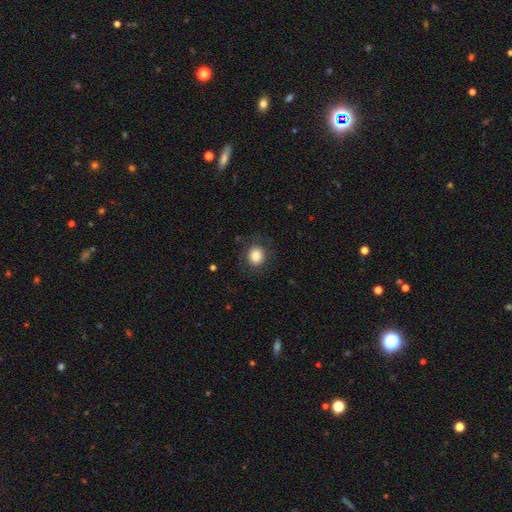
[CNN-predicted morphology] Smooth or featured: smooth — 84% (star or artifact — 9%)
How rounded: round — 81% (in between — 18%)
Merging: none — 82% (minor disturbance — 11%)